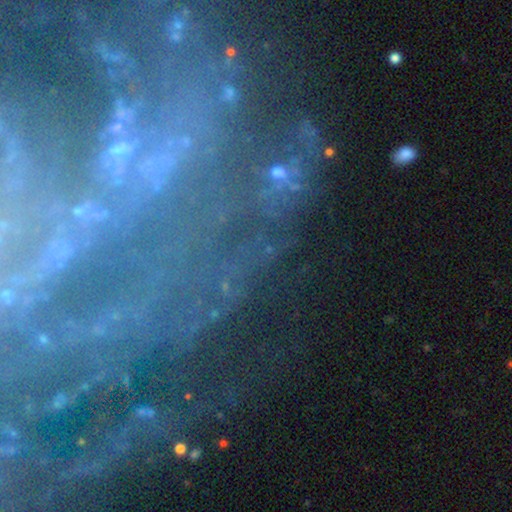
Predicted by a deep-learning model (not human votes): A featured or disk galaxy (66%) with no bar (44%), tight (66%) spiral arms (84%) and a small central bulge (59%). Merging: none (69%).